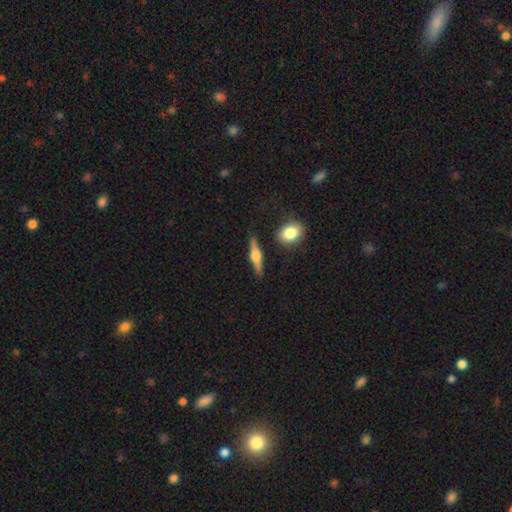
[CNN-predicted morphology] smooth-or-featured: featured or disk: 66% | smooth: 28% | star or artifact: 6%
  disk-edge-on: yes: 96% | no: 4%
    edge-on-bulge: rounded: 92% | boxy: 6% | none: 2%
  merging: none: 84% | minor disturbance: 10% | merger: 3% | major disturbance: 3%